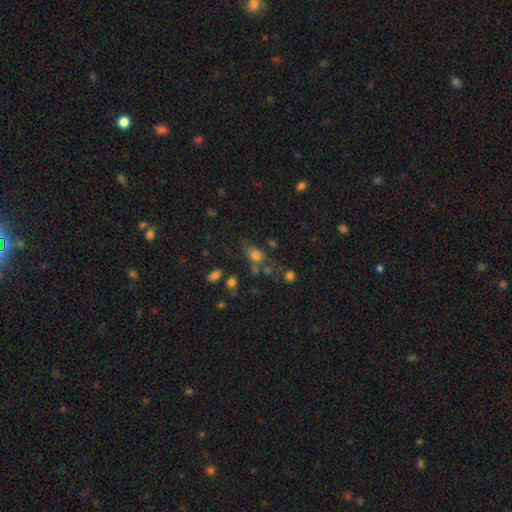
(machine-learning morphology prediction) smooth-or-featured: smooth: 69% | featured or disk: 15% | star or artifact: 15%
  how-rounded: in between: 68% | round: 28% | cigar-shaped: 4%
  merging: none: 42% | minor disturbance: 22% | merger: 20% | major disturbance: 16%